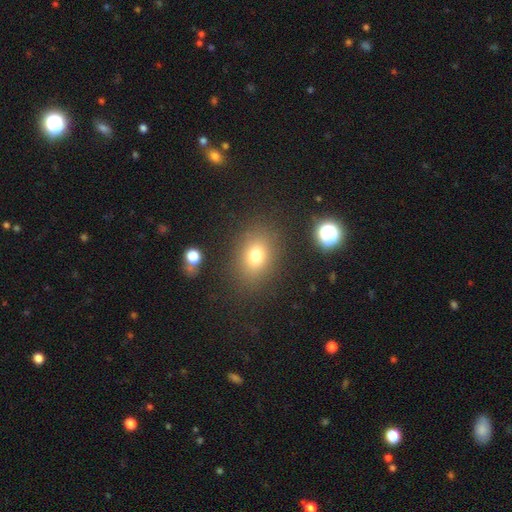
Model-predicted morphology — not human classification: smooth_or_featured: smooth (p=0.74) [alt: star or artifact p=0.15]
how_rounded: in between (p=0.63) [alt: round p=0.35]
merging: none (p=0.82) [alt: minor disturbance p=0.10]